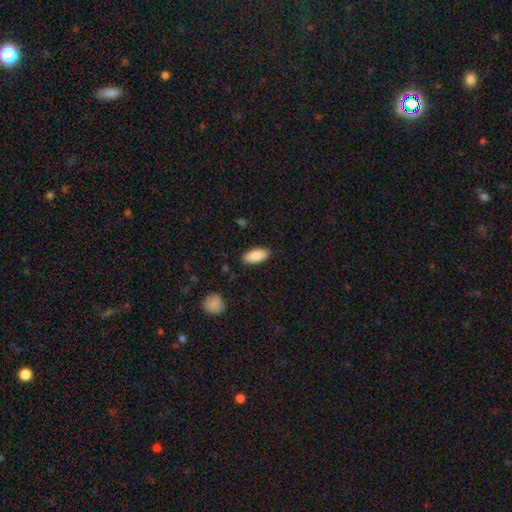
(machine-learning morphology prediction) Smooth or featured: smooth — 88% (star or artifact — 6%)
How rounded: in between — 87% (cigar-shaped — 11%)
Merging: none — 87% (minor disturbance — 9%)